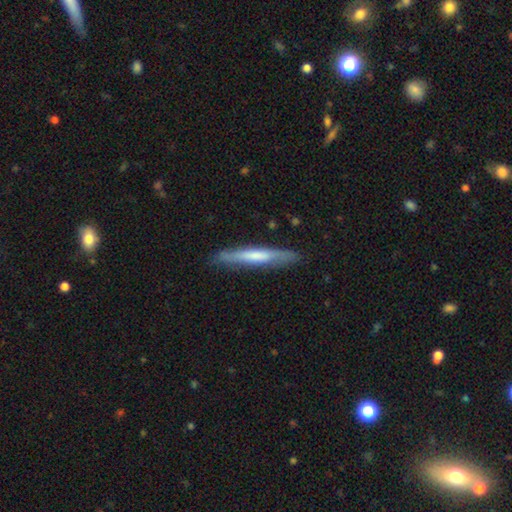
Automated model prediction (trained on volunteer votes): Overall: smooth (52%; featured or disk 43%). How rounded: cigar-shaped (95%). Merging: none (85%).